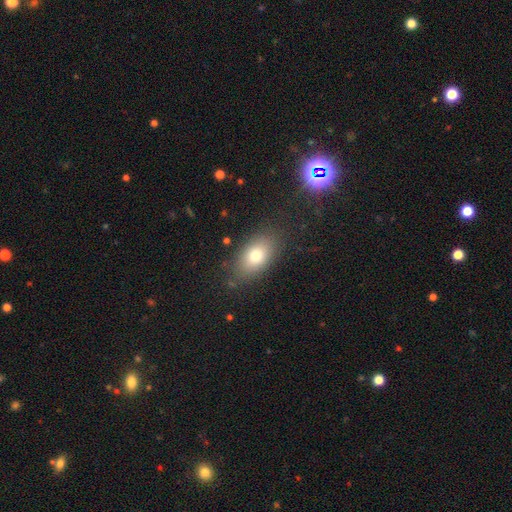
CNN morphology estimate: Smooth or featured: smooth — 77% (featured or disk — 14%)
How rounded: in between — 88% (round — 10%)
Merging: none — 82% (minor disturbance — 12%)